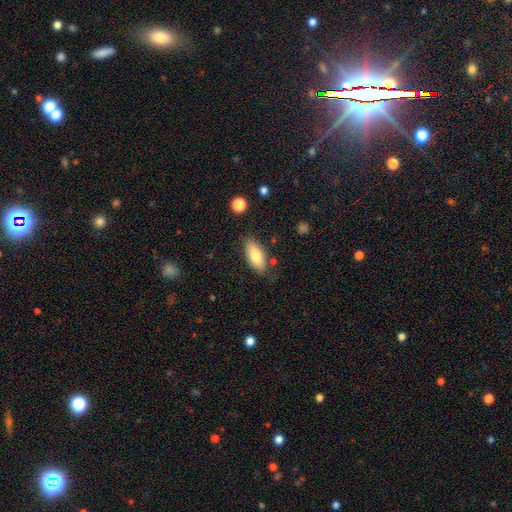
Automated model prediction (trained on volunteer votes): Smooth or featured: smooth — 80% (featured or disk — 13%)
How rounded: in between — 81% (cigar-shaped — 16%)
Merging: none — 79% (minor disturbance — 15%)